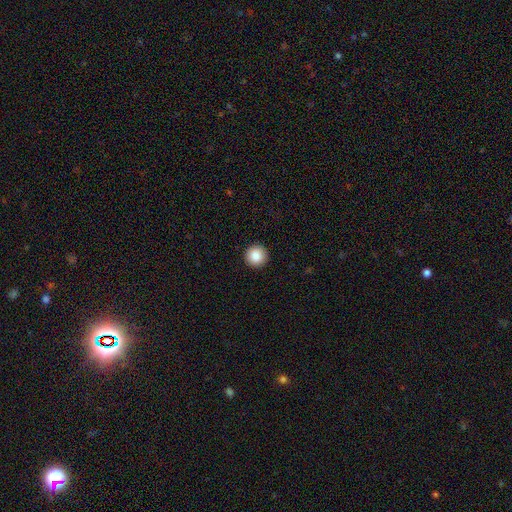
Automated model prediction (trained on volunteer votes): Smooth or featured? smooth (87%)
How rounded? round (96%)
Merging? none (93%)